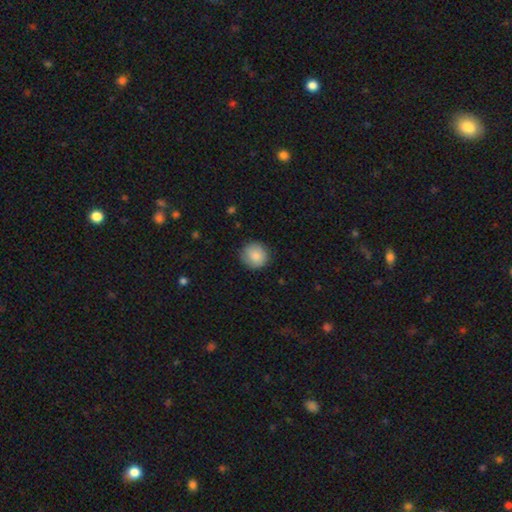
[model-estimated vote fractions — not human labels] This is clearly a smooth galaxy (86%). How rounded: clearly round (92%). Merging: clearly none (87%).